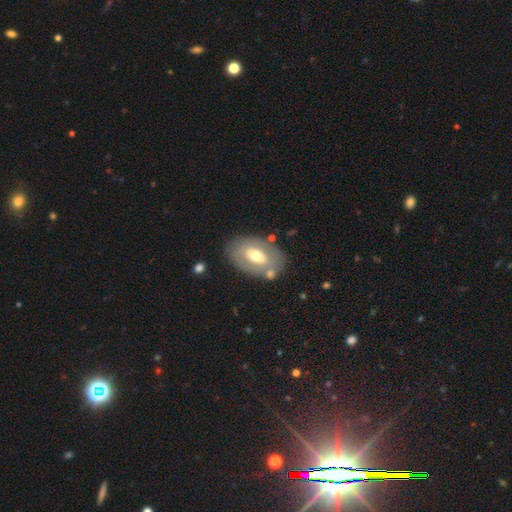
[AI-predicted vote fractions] Smooth or featured?
  - featured or disk: 48% *
  - smooth: 46%
  - star or artifact: 6%
Merging?
  - none: 75% *
  - minor disturbance: 14%
  - merger: 6%
  - major disturbance: 5%